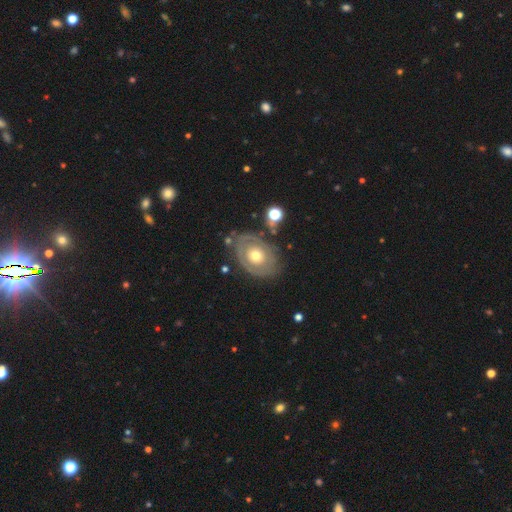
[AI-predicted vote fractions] Smooth or featured?
  - featured or disk: 65% *
  - smooth: 29%
  - star or artifact: 6%
Edge-on disk?
  - no: 94% *
  - yes: 6%
Bar?
  - no: 90% *
  - weak: 8%
  - strong: 2%
Spiral arms?
  - no: 63% *
  - yes: 37%
Bulge size?
  - moderate: 68% *
  - small: 20%
  - large: 10%
  - dominant: 1%
  - none: 1%
Merging?
  - none: 70% *
  - minor disturbance: 18%
  - major disturbance: 8%
  - merger: 4%